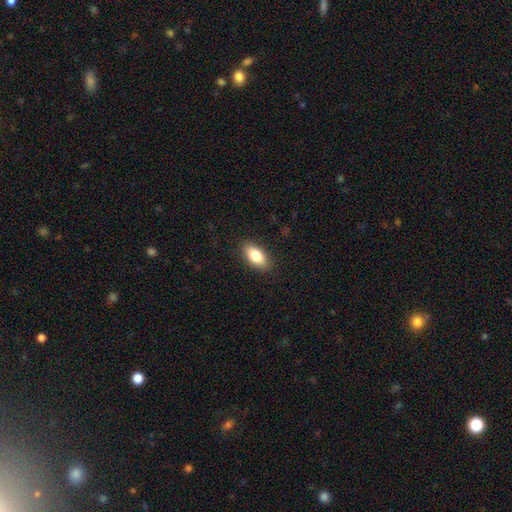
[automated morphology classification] Smooth or featured?
  - smooth: 83% *
  - featured or disk: 10%
  - star or artifact: 7%
How rounded?
  - in between: 89% *
  - cigar-shaped: 7%
  - round: 3%
Merging?
  - none: 88% *
  - minor disturbance: 9%
  - major disturbance: 2%
  - merger: 1%